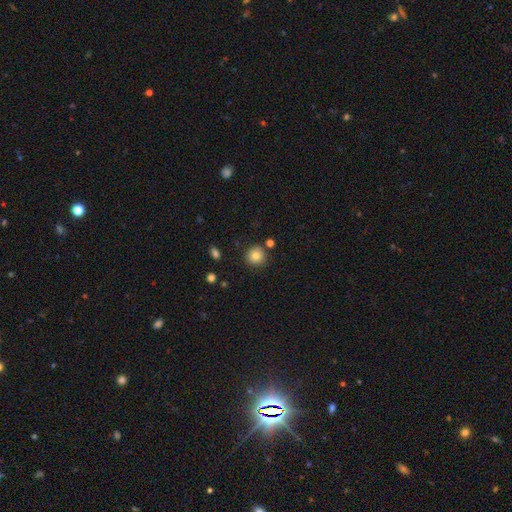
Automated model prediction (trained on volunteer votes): Morphology: type=smooth (82%); roundness=round (93%); merging=none (85%).